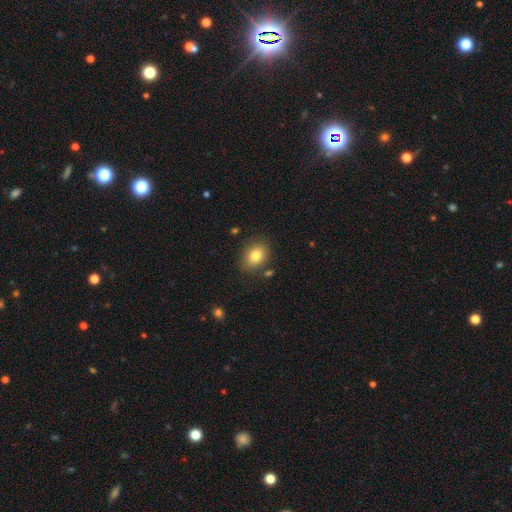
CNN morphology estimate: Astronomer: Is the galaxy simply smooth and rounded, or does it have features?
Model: smooth — 81%.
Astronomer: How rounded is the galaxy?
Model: in between — 64%.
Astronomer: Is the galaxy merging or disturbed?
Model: none — 82%.